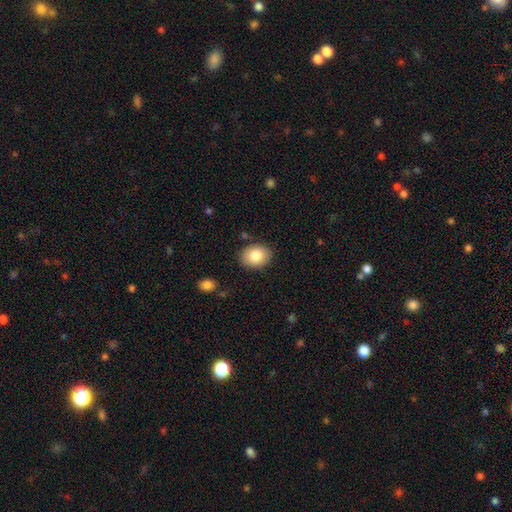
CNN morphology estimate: A smooth galaxy with no disk features (83%) that is in between round and cigar-shaped (62%).

Vote fractions:
- Smooth or featured? smooth: 83% / featured or disk: 10% / star or artifact: 8%
- How rounded? in between: 62% / round: 37% / cigar-shaped: 1%
- Merging? none: 87% / minor disturbance: 9% / major disturbance: 2% / merger: 2%